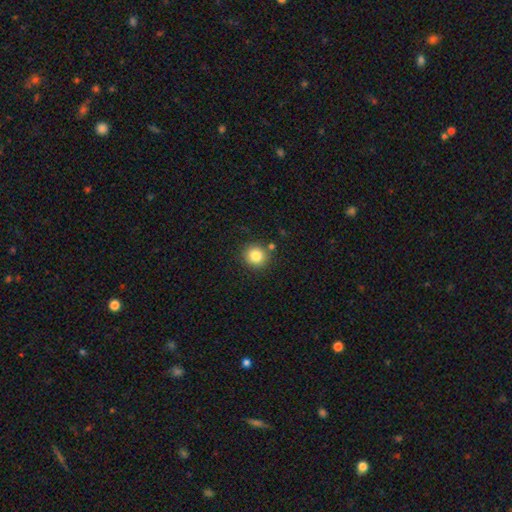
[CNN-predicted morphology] The model was most divided on "smooth or featured": smooth: 83%, star or artifact: 11%, featured or disk: 6%. More confident: how rounded — round (92%); merging — none (85%).